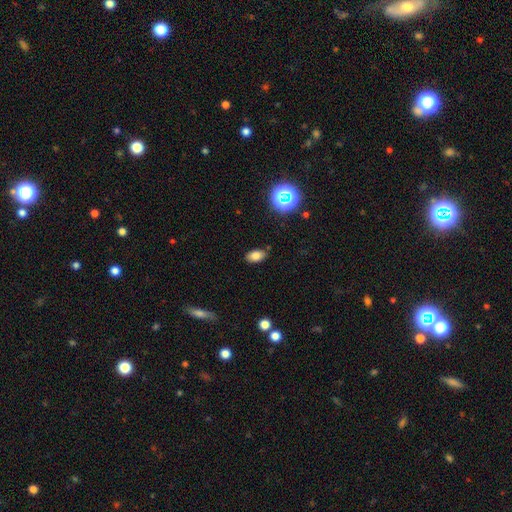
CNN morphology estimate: Smooth or featured?
  - smooth: 78% *
  - star or artifact: 13%
  - featured or disk: 8%
How rounded?
  - in between: 90% *
  - round: 8%
  - cigar-shaped: 2%
Merging?
  - none: 83% *
  - minor disturbance: 12%
  - major disturbance: 3%
  - merger: 2%